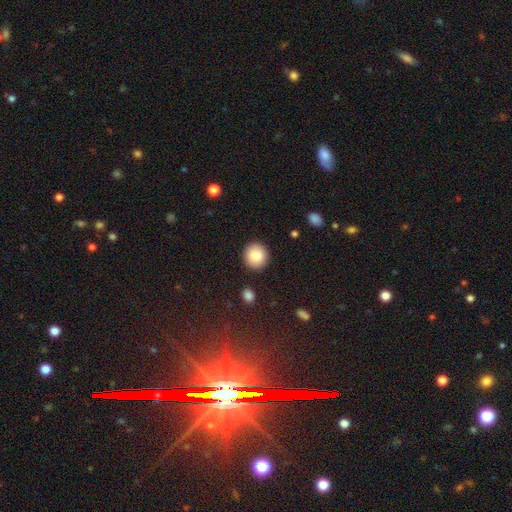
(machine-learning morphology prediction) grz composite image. It shows a smooth galaxy with no disk features (83%) that is round (91%). Merging: none (91%).